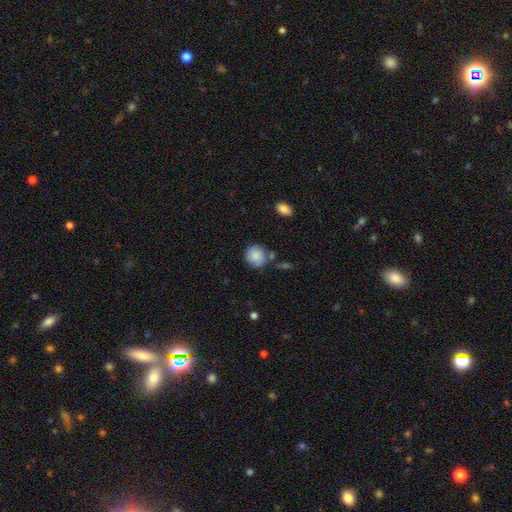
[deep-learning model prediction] Overall: smooth (83%). How rounded: round (85%). Merging: none (65%).